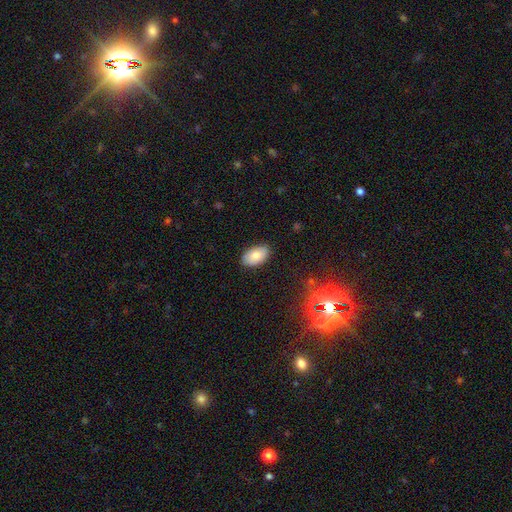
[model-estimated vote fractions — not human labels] Q: Smooth or featured?
A: smooth (81%); runner-up: featured or disk (11%)
Q: How rounded?
A: in between (94%); runner-up: round (4%)
Q: Merging?
A: none (86%); runner-up: minor disturbance (11%)